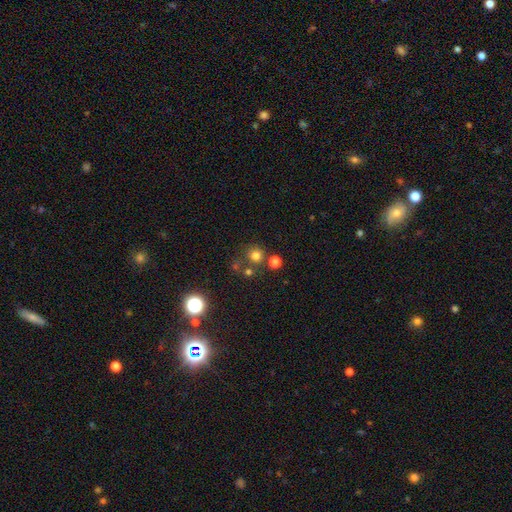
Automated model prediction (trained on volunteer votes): Smooth or featured? smooth (72%)
How rounded? round (92%)
Merging? none (71%)